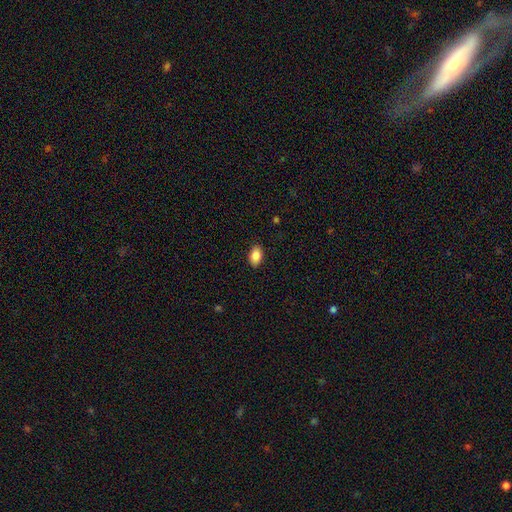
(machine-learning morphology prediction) Smooth or featured?
  - smooth: 87% *
  - star or artifact: 8%
  - featured or disk: 5%
How rounded?
  - in between: 91% *
  - round: 8%
  - cigar-shaped: 2%
Merging?
  - none: 88% *
  - minor disturbance: 9%
  - major disturbance: 2%
  - merger: 1%